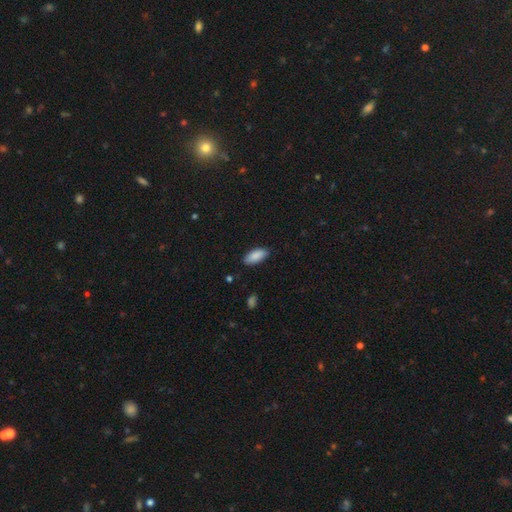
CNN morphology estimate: Overall: smooth (90%). How rounded: in between (87%). Merging: none (87%).